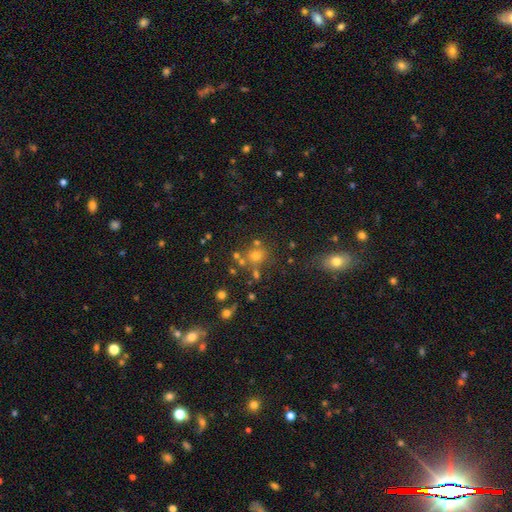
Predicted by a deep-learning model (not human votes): Smooth or featured: smooth — 58% (star or artifact — 30%)
How rounded: round — 82% (in between — 17%)
Merging: none — 66% (merger — 18%)